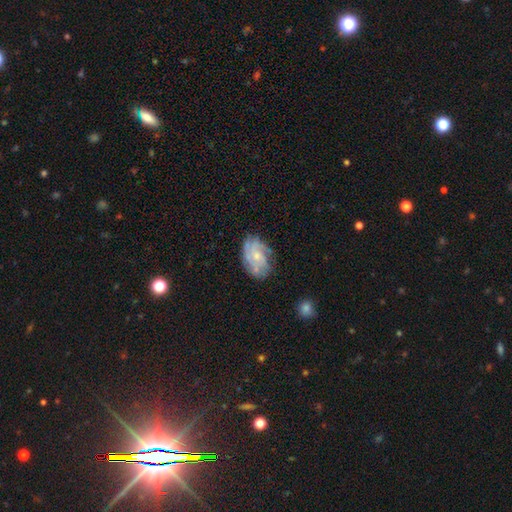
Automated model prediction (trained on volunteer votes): The model was most divided on "bulge size": small: 53%, moderate: 37%, none: 7%, large: 2%, dominant: 1%. Remaining: edge-on disk — no (97%); spiral arms — yes (87%); bar — no (73%); smooth or featured — featured or disk (70%); merging — none (69%); spiral winding — tight (54%); spiral arm count — can't tell (43%).